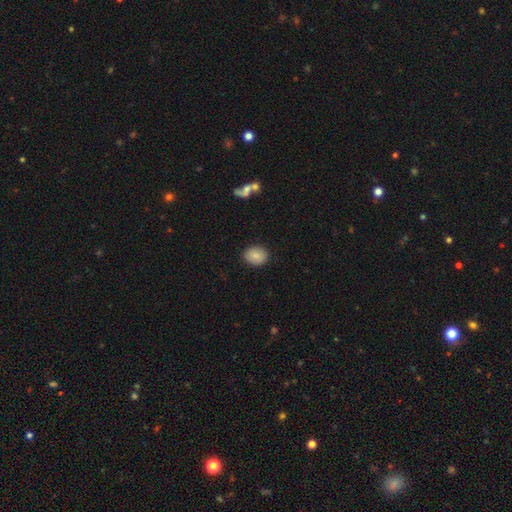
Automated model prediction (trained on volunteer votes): smooth 83%, featured or disk 9%, star or artifact 8%. Down the decision tree: how rounded — in between (55%); merging — none (87%).